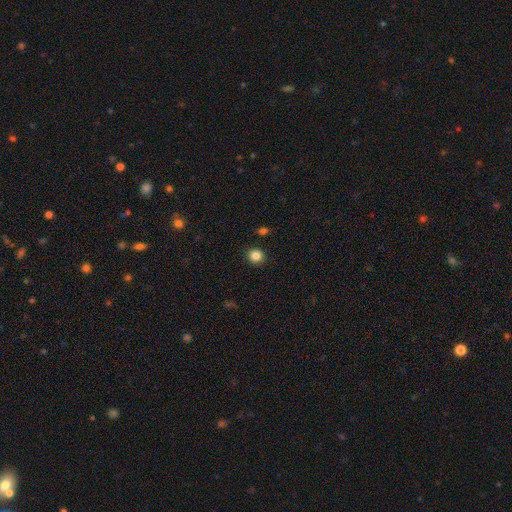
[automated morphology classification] Overall: smooth (84%). How rounded: round (90%). Merging: none (90%).